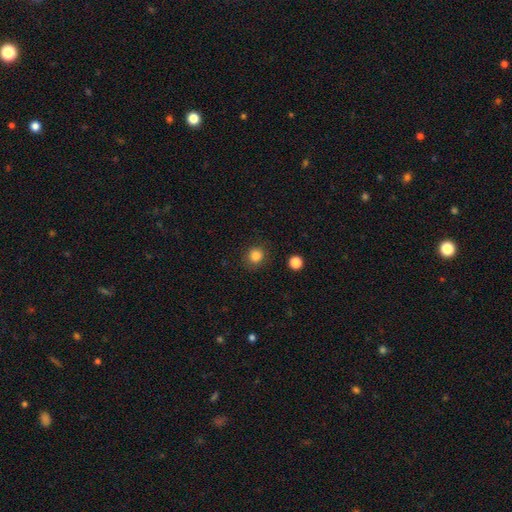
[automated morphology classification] This appears to be a smooth galaxy with no disk features (84%) that is round (86%). Merging: none (87%).